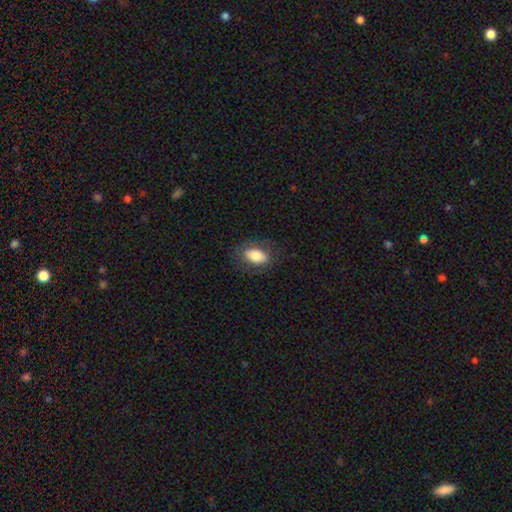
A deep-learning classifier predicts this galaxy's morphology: Smooth or featured? Predicted: smooth (p=0.80). How rounded? Predicted: in between (p=0.89). Merging? Predicted: none (p=0.80).